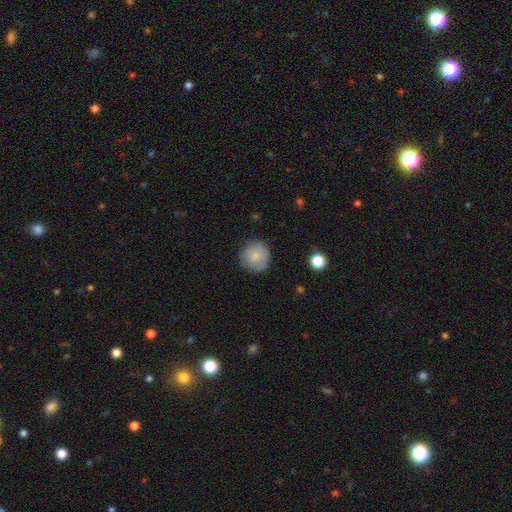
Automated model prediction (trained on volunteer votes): Q: Smooth or featured?
A: smooth (78%); runner-up: featured or disk (15%)
Q: How rounded?
A: round (92%); runner-up: in between (7%)
Q: Merging?
A: none (79%); runner-up: minor disturbance (16%)